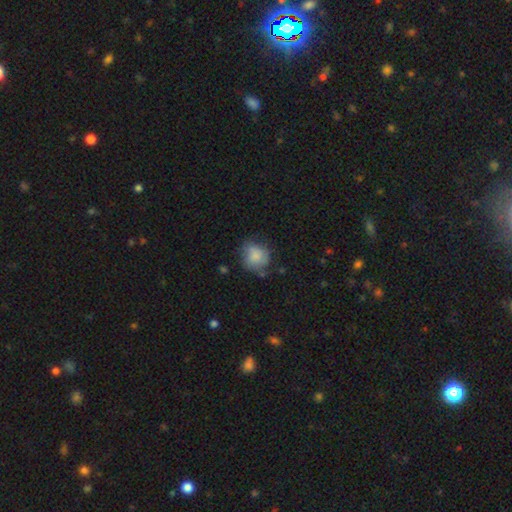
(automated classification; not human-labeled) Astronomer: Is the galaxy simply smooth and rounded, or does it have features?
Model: smooth — 71%.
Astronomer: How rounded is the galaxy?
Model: round — 77%.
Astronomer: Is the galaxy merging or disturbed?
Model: none — 56%.